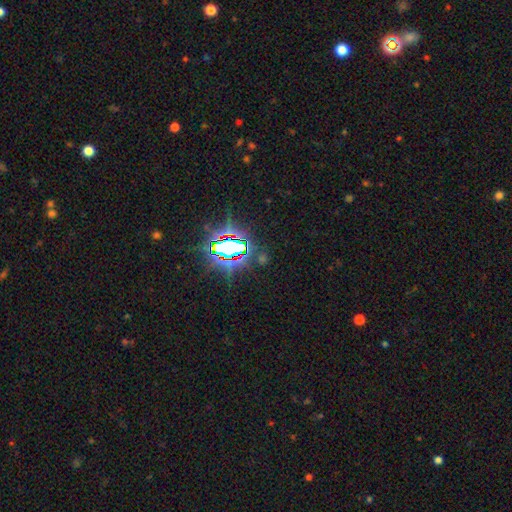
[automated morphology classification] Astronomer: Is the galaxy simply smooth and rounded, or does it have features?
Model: star or artifact — 83%.